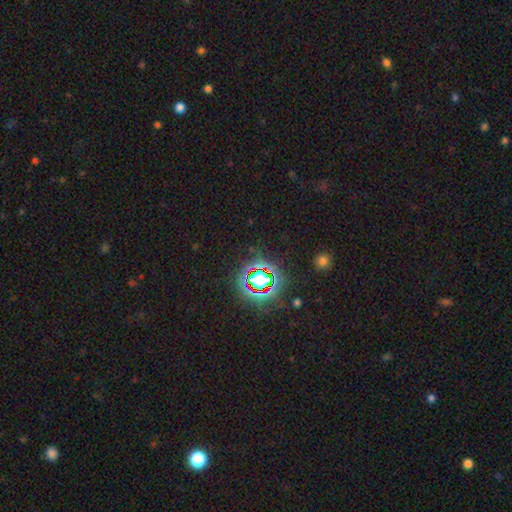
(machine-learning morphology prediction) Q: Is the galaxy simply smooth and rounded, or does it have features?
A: star or artifact — 79%.